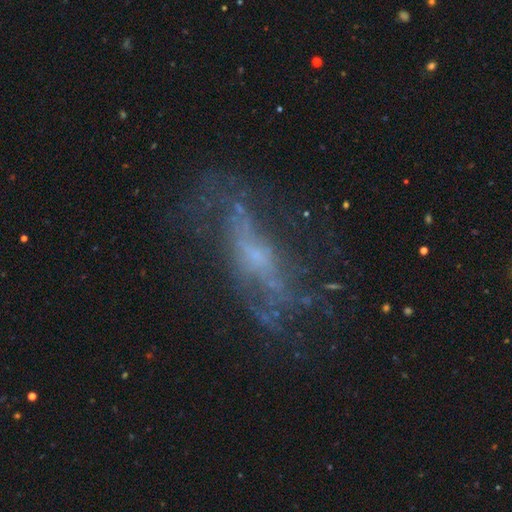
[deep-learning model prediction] Smooth or featured?
  - featured or disk: 67% *
  - smooth: 17%
  - star or artifact: 16%
Edge-on disk?
  - no: 76% *
  - yes: 24%
Bar?
  - no: 64% *
  - weak: 25%
  - strong: 12%
Spiral arms?
  - no: 55% *
  - yes: 45%
Bulge size?
  - small: 57% *
  - none: 22%
  - moderate: 17%
  - large: 2%
  - dominant: 1%
Merging?
  - none: 54% *
  - major disturbance: 24%
  - minor disturbance: 19%
  - merger: 4%